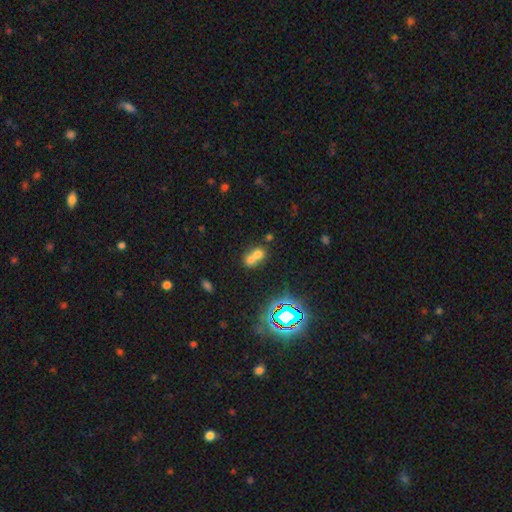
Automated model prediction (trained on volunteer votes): Smooth or featured: smooth — 63% (star or artifact — 19%)
How rounded: round — 60% (in between — 38%)
Merging: merger — 68% (none — 24%)